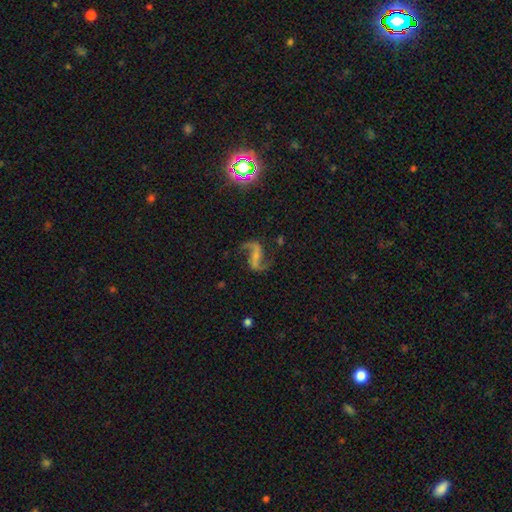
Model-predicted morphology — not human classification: This appears to be a featured or disk galaxy (87%) with a strong bar (44%), 2 (93%) loose (79%) spiral arms (96%) and a small central bulge (44%). Merging: none (73%).